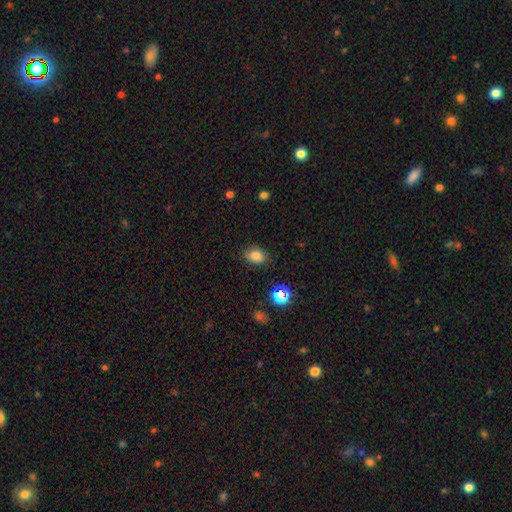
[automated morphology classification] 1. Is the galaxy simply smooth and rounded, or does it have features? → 81% smooth, 14% star or artifact, 5% featured or disk.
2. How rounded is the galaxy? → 65% in between, 34% round, 1% cigar-shaped.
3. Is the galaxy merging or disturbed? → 83% none, 12% minor disturbance, 3% major disturbance, 2% merger.